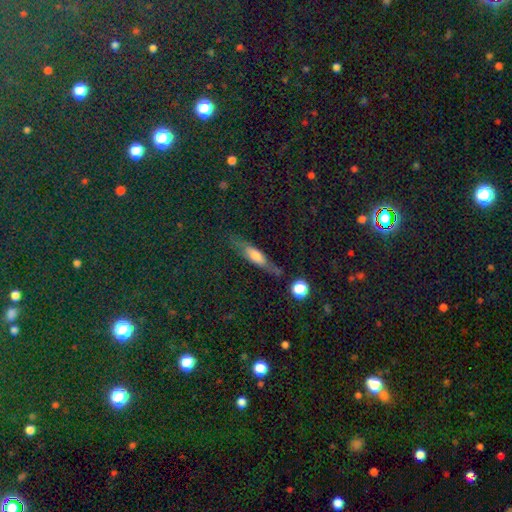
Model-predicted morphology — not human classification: Smooth or featured? Predicted: smooth (p=0.50). Merging? Predicted: none (p=0.72).